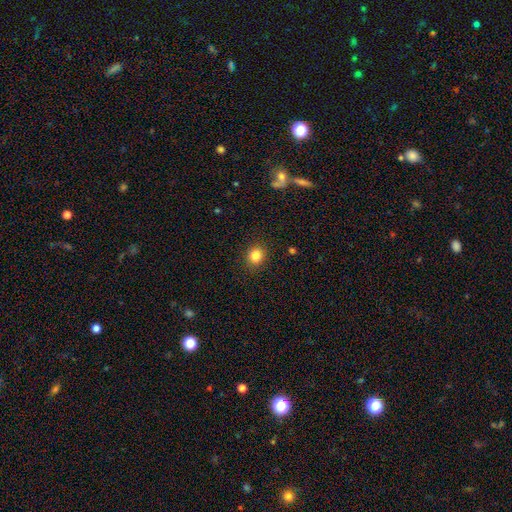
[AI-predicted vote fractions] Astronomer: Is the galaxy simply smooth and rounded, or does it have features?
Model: smooth — 83%.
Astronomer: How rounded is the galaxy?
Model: round — 77%.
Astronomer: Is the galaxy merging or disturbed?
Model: none — 90%.